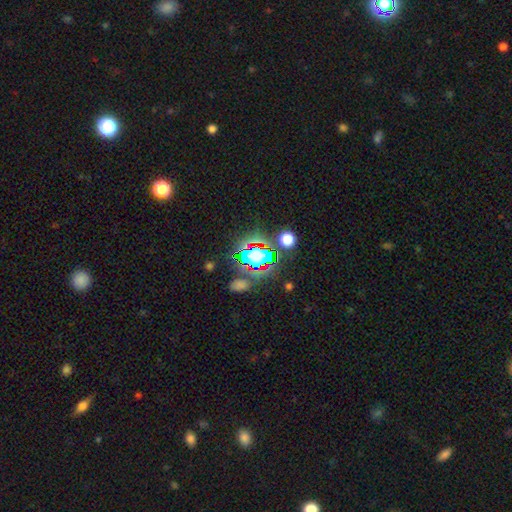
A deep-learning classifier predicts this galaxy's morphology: Smooth or featured? Predicted: star or artifact (p=0.57).